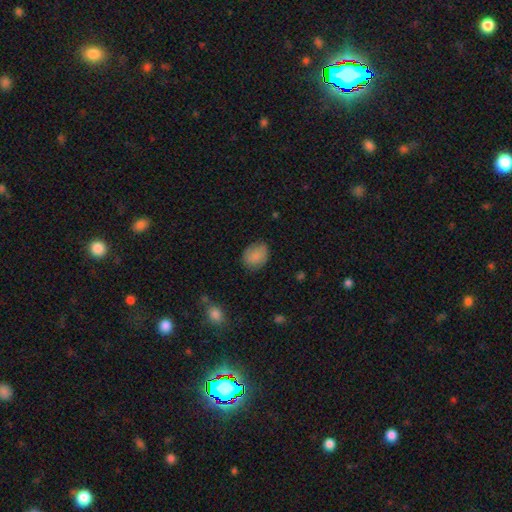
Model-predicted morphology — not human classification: smooth 84%, featured or disk 9%, star or artifact 8%. Down the decision tree: how rounded — in between (50%); merging — none (77%).